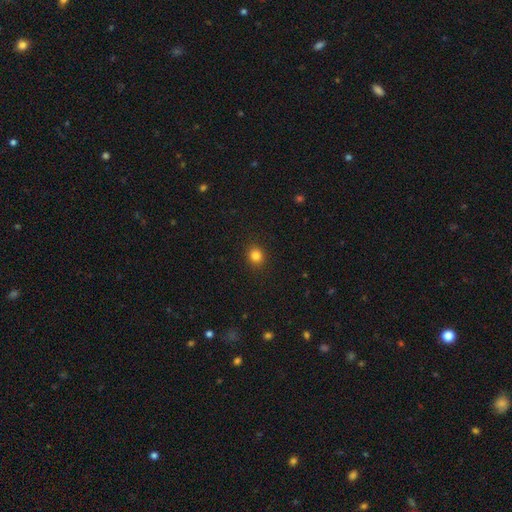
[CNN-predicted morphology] Smooth or featured?
  - smooth: 83% *
  - star or artifact: 12%
  - featured or disk: 5%
How rounded?
  - round: 80% *
  - in between: 19%
  - cigar-shaped: 1%
Merging?
  - none: 91% *
  - minor disturbance: 6%
  - major disturbance: 2%
  - merger: 1%